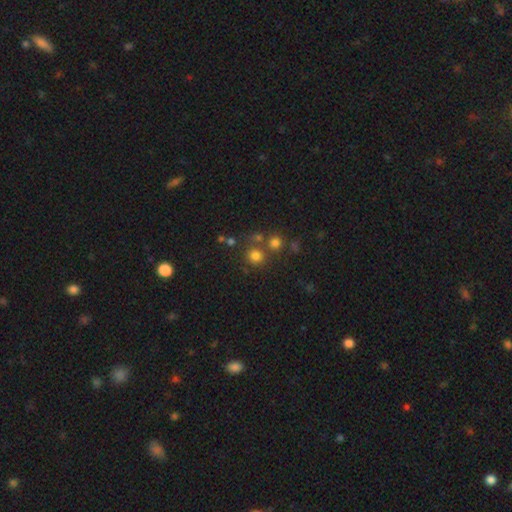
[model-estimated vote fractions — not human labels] Smooth or featured?
  - smooth: 74% *
  - star or artifact: 19%
  - featured or disk: 8%
How rounded?
  - round: 90% *
  - in between: 9%
  - cigar-shaped: 1%
Merging?
  - none: 67% *
  - merger: 20%
  - minor disturbance: 8%
  - major disturbance: 4%